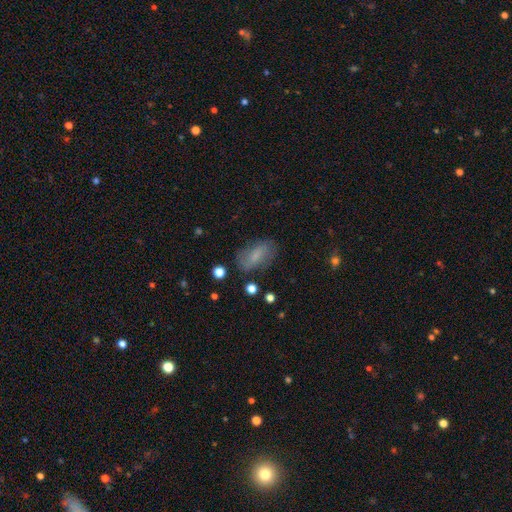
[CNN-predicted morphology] smooth 67%, featured or disk 23%, star or artifact 10%. Down the decision tree: how rounded — in between (87%); merging — none (72%).